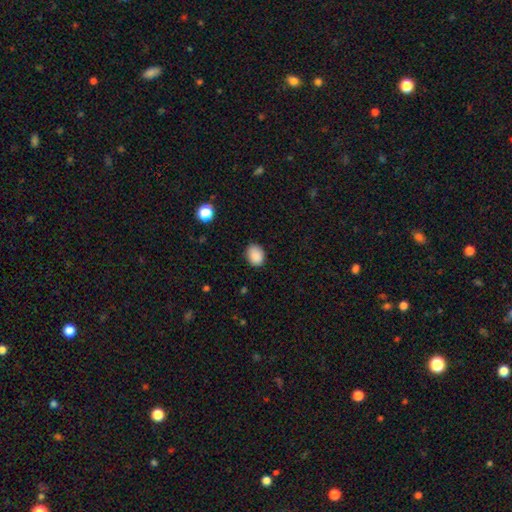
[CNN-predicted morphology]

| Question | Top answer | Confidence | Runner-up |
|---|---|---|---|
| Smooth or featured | smooth | 88% | star or artifact (9%) |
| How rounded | in between | 59% | round (40%) |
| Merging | none | 82% | minor disturbance (14%) |